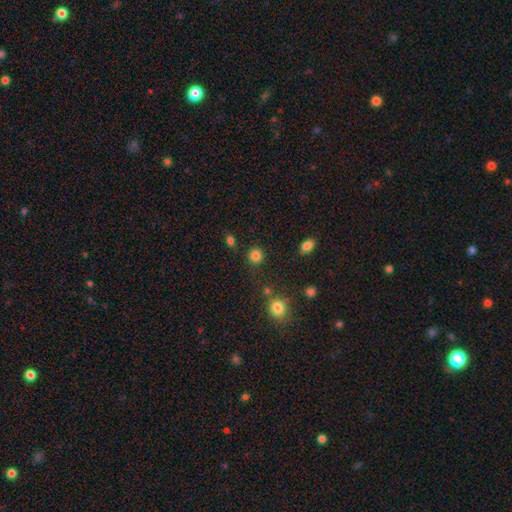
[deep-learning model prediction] A smooth galaxy with no disk features (84%) that is round (91%). Merging: none (87%).